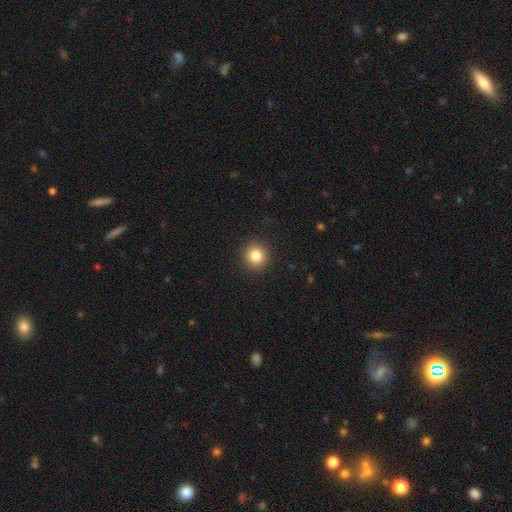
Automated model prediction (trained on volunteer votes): This is clearly a smooth galaxy (83%). How rounded: clearly round (93%). Merging: clearly none (92%).